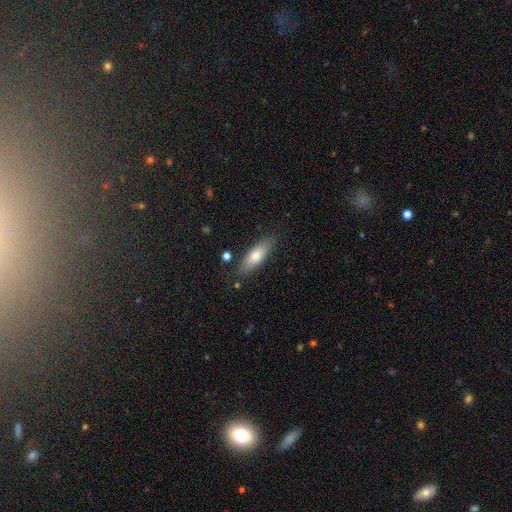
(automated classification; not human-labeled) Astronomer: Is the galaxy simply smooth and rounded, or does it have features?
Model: smooth — 72%.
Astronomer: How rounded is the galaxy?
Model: in between — 53% (runner-up: cigar-shaped, 44%).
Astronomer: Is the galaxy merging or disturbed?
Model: none — 82%.